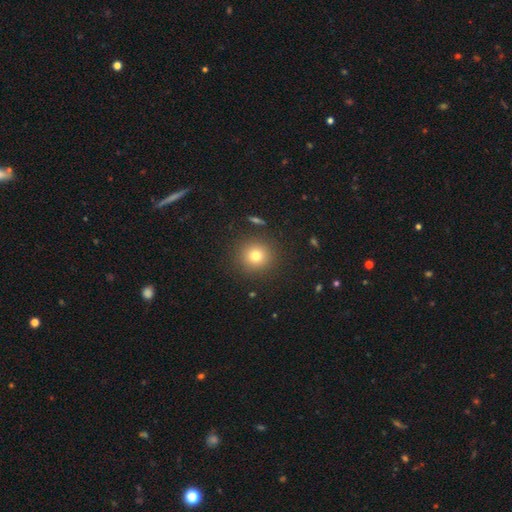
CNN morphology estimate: A smooth galaxy with no disk features (76%) that is round (93%). Merging: none (89%).